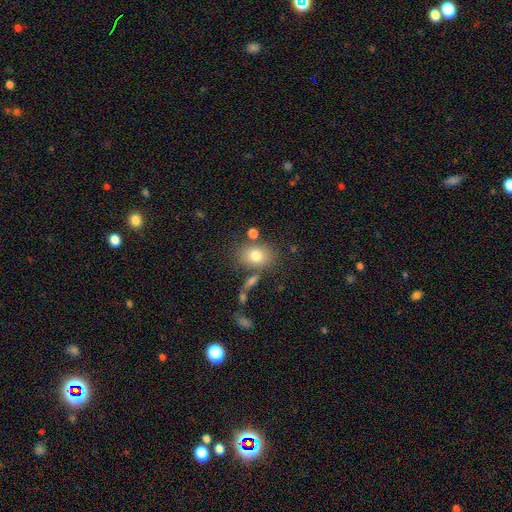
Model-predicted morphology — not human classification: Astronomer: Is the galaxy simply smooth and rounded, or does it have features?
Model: smooth — 77%.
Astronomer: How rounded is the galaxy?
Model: in between — 65%.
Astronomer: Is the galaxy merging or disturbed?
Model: none — 70%.